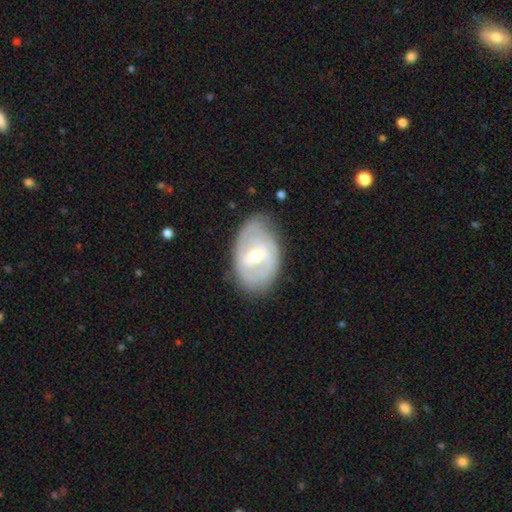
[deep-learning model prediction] A featured or disk galaxy (78%) with a weak bar (54%), 2 (60%) tight (49%) spiral arms (86%) and a moderate central bulge (49%). Merging: none (75%).